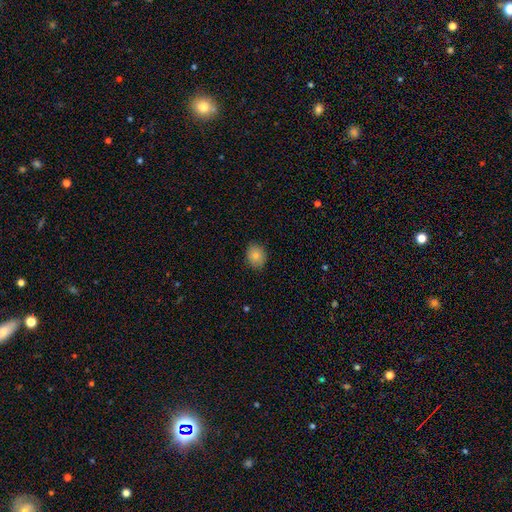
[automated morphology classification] This appears to be a smooth galaxy with no disk features (82%) that is round (50%). Merging: none (86%).